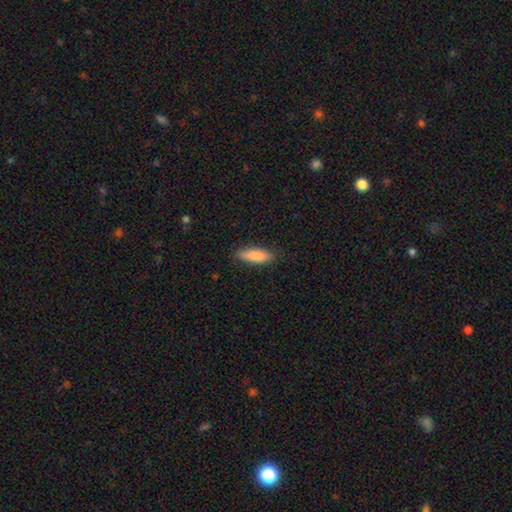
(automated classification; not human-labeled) This is clearly a smooth galaxy (86%). How rounded: possibly in between (51%). Merging: clearly none (85%).